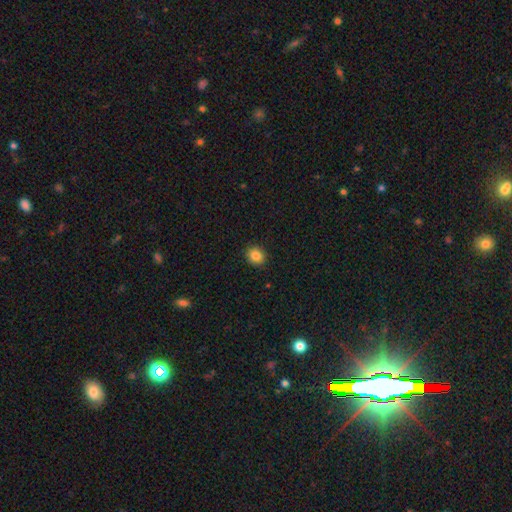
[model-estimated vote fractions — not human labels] smooth 86%, star or artifact 10%, featured or disk 4%. Down the decision tree: how rounded — round (68%); merging — none (91%).